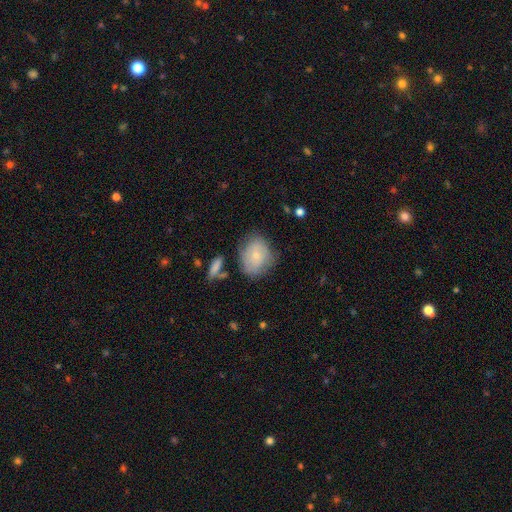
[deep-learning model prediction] Smooth or featured: smooth — 69% (featured or disk — 24%)
How rounded: round — 53% (in between — 45%)
Merging: none — 65% (minor disturbance — 24%)